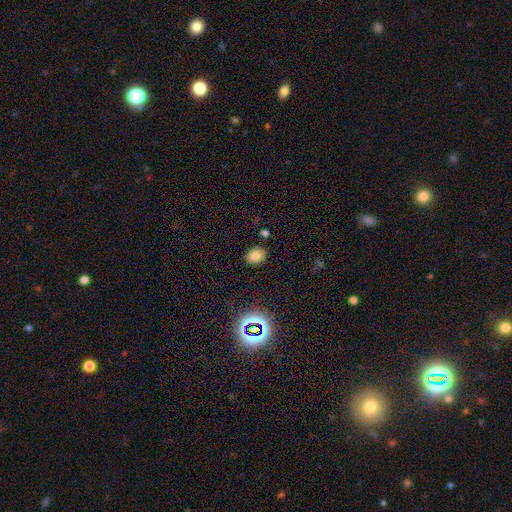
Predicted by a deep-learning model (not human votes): This appears to be a smooth galaxy with no disk features (77%) that is in between round and cigar-shaped (55%). Merging: none (86%).